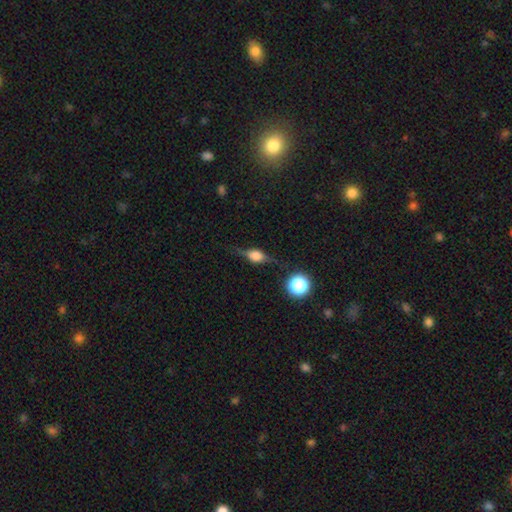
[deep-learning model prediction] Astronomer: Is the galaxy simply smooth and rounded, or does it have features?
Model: featured or disk — 59%.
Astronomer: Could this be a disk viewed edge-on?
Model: yes — 93%.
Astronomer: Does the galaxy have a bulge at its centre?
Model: rounded — 90%.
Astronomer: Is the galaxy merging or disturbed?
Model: none — 74%.